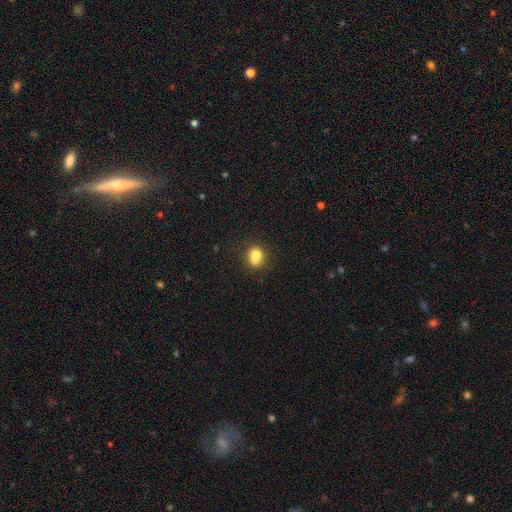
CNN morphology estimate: A smooth galaxy with no disk features (75%) that is round (52%).

Vote fractions:
- Smooth or featured? smooth: 75% / featured or disk: 14% / star or artifact: 11%
- How rounded? round: 52% / in between: 46% / cigar-shaped: 2%
- Merging? none: 47% / merger: 30% / minor disturbance: 17% / major disturbance: 6%